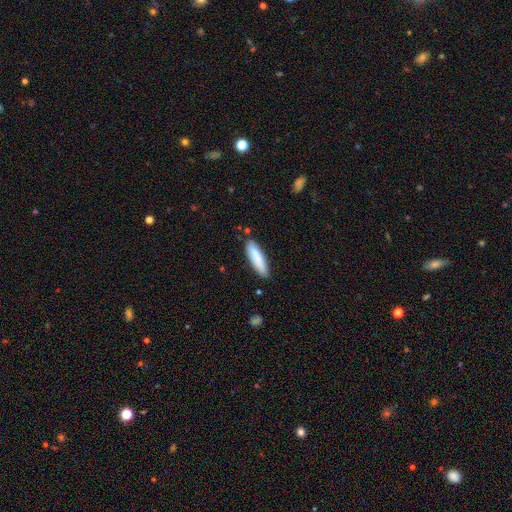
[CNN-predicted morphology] Smooth or featured?
  - smooth: 84% *
  - featured or disk: 10%
  - star or artifact: 6%
How rounded?
  - cigar-shaped: 67% *
  - in between: 32%
  - round: 1%
Merging?
  - none: 82% *
  - minor disturbance: 14%
  - major disturbance: 2%
  - merger: 2%